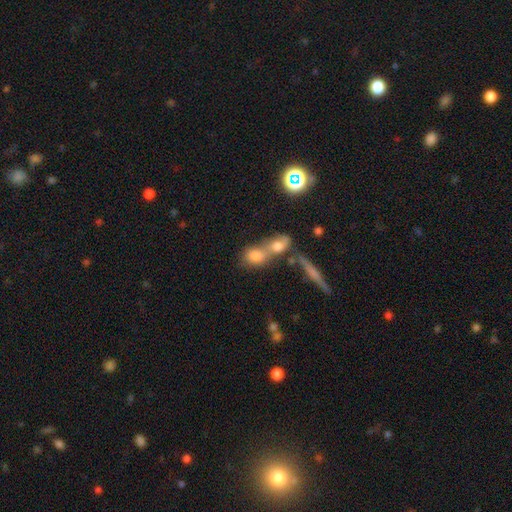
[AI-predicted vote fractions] A smooth galaxy with no disk features (73%) that is in between round and cigar-shaped (56%).

Vote fractions:
- Smooth or featured? smooth: 73% / featured or disk: 16% / star or artifact: 11%
- How rounded? in between: 56% / round: 36% / cigar-shaped: 8%
- Merging? merger: 64% / none: 23% / minor disturbance: 7% / major disturbance: 6%